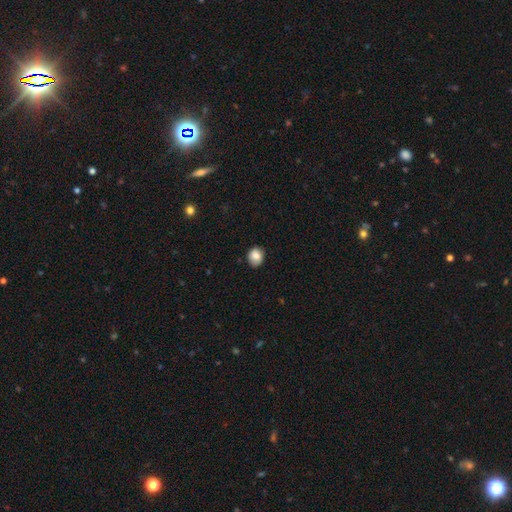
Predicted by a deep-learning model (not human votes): smooth 83%, star or artifact 9%, featured or disk 9%. Down the decision tree: how rounded — round (62%); merging — none (79%).